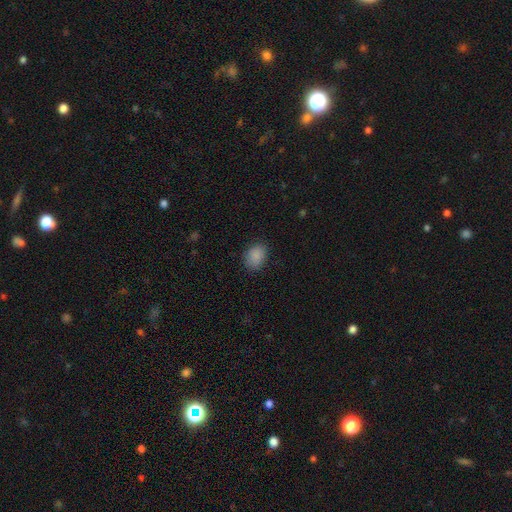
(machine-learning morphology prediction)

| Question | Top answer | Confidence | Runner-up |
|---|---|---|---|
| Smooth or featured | smooth | 88% | star or artifact (9%) |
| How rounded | in between | 69% | round (30%) |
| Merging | none | 83% | minor disturbance (13%) |